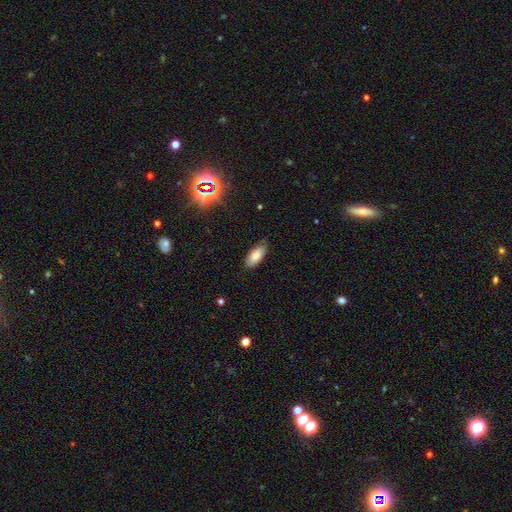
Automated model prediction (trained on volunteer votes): A smooth galaxy with no disk features (81%) that is in between round and cigar-shaped (84%). Merging: none (79%).